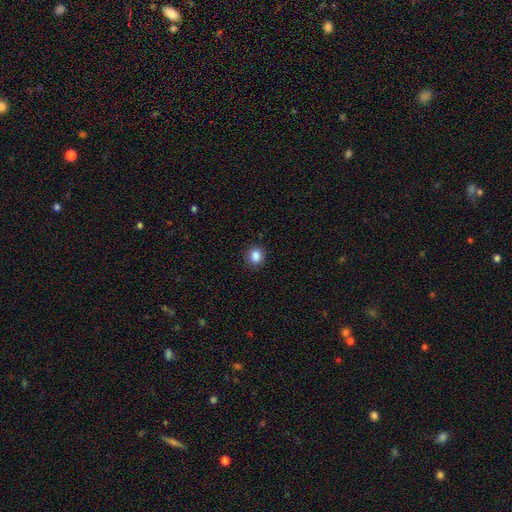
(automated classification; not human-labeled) Smooth or featured: smooth — 86% (star or artifact — 10%)
How rounded: round — 79% (in between — 20%)
Merging: none — 89% (minor disturbance — 8%)